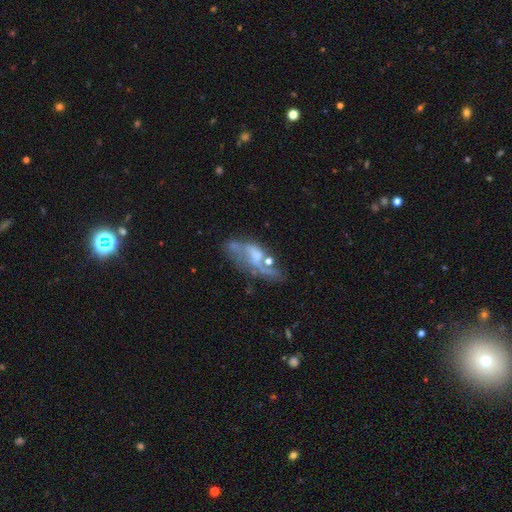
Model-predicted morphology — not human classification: smooth-or-featured: featured or disk: 62% | smooth: 26% | star or artifact: 12%
  disk-edge-on: no: 88% | yes: 12%
    bar: no: 62% | weak: 30% | strong: 8%
    has-spiral-arms: yes: 51% | no: 49%
    bulge-size: small: 34% | moderate: 30% | none: 30% | large: 5% | dominant: 2%
  merging: none: 37% | major disturbance: 25% | minor disturbance: 20% | merger: 19%